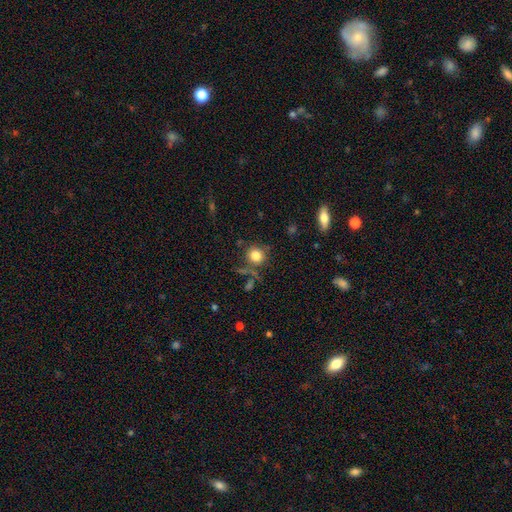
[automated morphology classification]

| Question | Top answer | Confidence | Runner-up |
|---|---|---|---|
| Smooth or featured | smooth | 81% | star or artifact (11%) |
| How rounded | round | 88% | in between (11%) |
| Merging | none | 75% | minor disturbance (12%) |